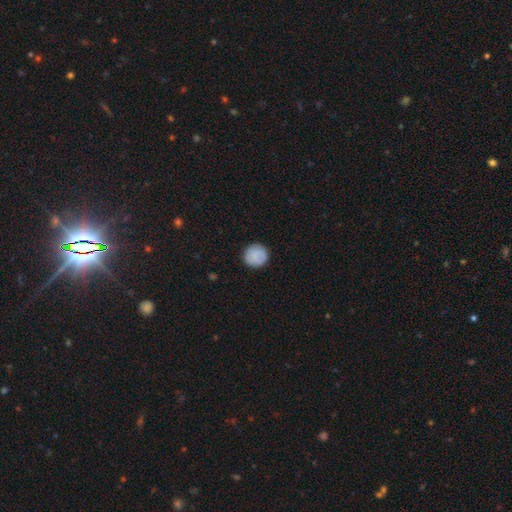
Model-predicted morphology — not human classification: type=smooth (85%); roundness=round (94%); merging=none (89%).